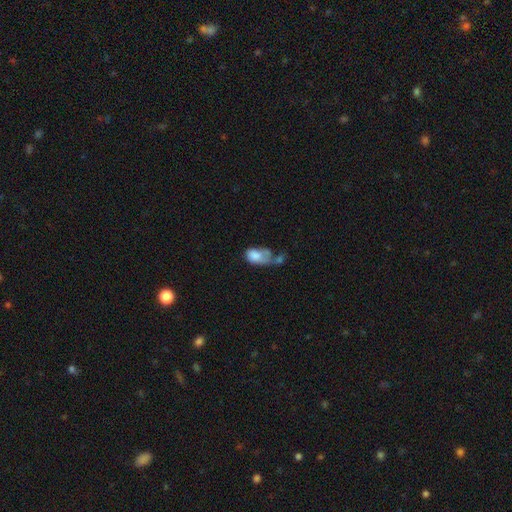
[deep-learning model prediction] Morphology: type=smooth (71%); roundness=in between (87%); merging=merger (39%).